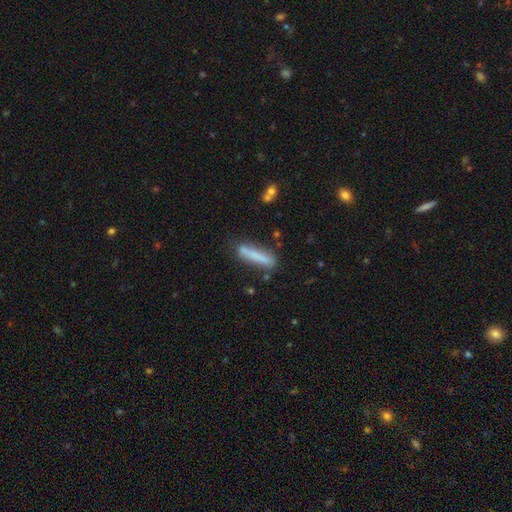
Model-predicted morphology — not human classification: smooth_or_featured: smooth (p=0.72) [alt: featured or disk p=0.20]
how_rounded: cigar-shaped (p=0.89) [alt: in between p=0.09]
merging: none (p=0.77) [alt: minor disturbance p=0.15]